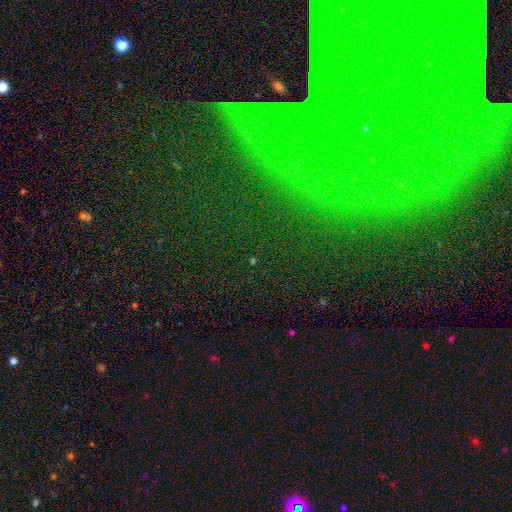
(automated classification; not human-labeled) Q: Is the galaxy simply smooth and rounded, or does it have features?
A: star or artifact — 62%.